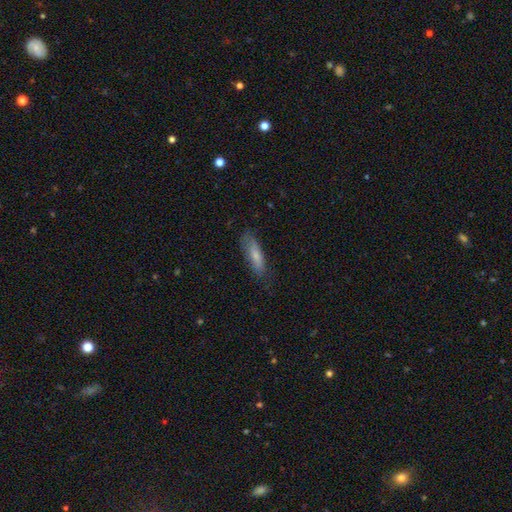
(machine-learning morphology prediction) Overall: smooth (70%). How rounded: cigar-shaped (52%; in between 46%). Merging: none (73%).